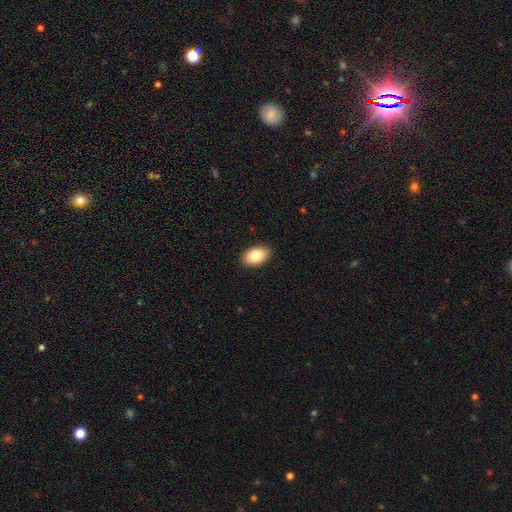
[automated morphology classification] Smooth or featured? smooth (83%)
How rounded? in between (92%)
Merging? none (90%)